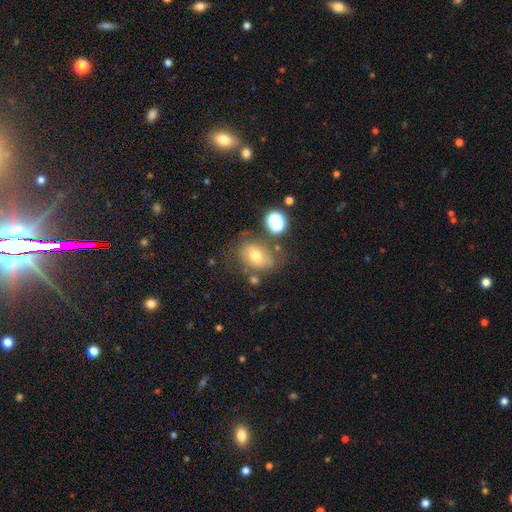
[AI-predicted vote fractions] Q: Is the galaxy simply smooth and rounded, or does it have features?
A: smooth — 57%.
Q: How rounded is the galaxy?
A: in between — 58%.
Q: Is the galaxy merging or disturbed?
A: none — 60%.